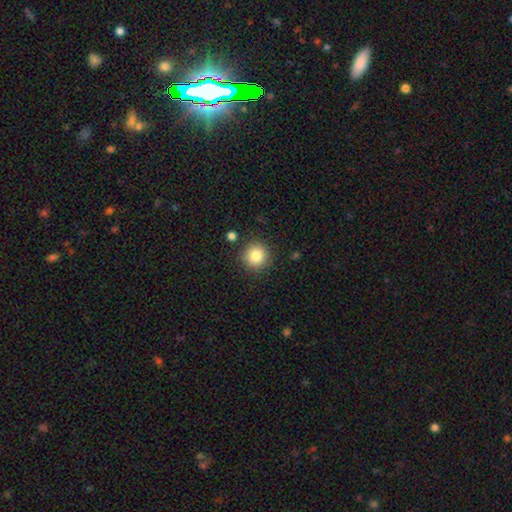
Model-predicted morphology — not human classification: Smooth or featured? Predicted: smooth (p=0.83). How rounded? Predicted: round (p=0.94). Merging? Predicted: none (p=0.88).